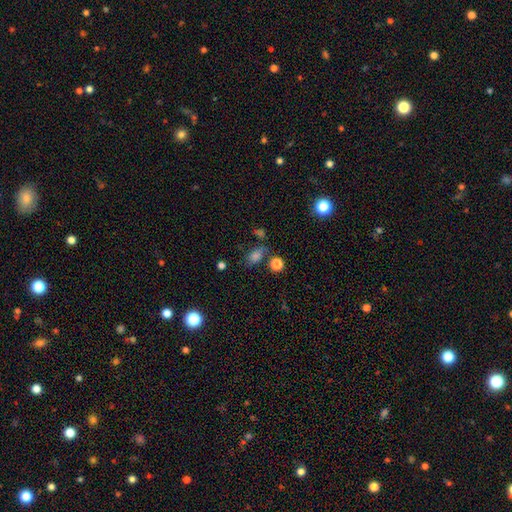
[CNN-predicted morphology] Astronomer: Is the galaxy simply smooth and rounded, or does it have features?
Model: smooth — 70%.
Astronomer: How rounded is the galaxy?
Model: in between — 74%.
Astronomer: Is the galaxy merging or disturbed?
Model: none — 61%.